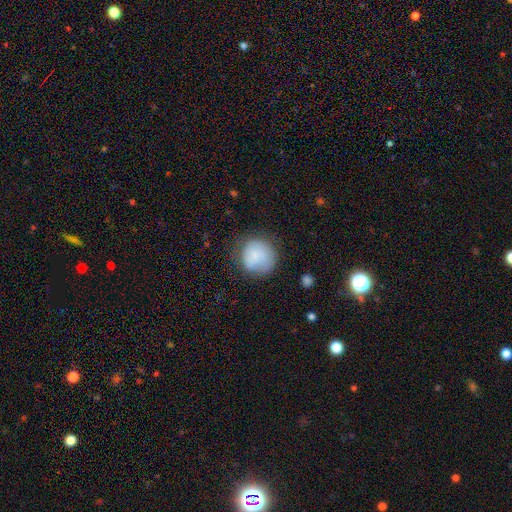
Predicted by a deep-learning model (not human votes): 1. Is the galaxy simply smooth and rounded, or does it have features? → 80% smooth, 12% featured or disk, 8% star or artifact.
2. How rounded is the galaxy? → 90% round, 9% in between, 1% cigar-shaped.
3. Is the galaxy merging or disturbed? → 65% none, 23% minor disturbance, 9% major disturbance, 3% merger.